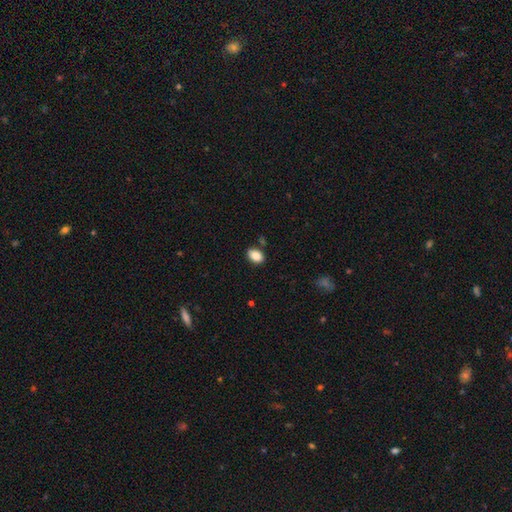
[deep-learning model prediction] smooth_or_featured: smooth (p=0.86) [alt: star or artifact p=0.08]
how_rounded: in between (p=0.84) [alt: round p=0.14]
merging: none (p=0.84) [alt: minor disturbance p=0.10]